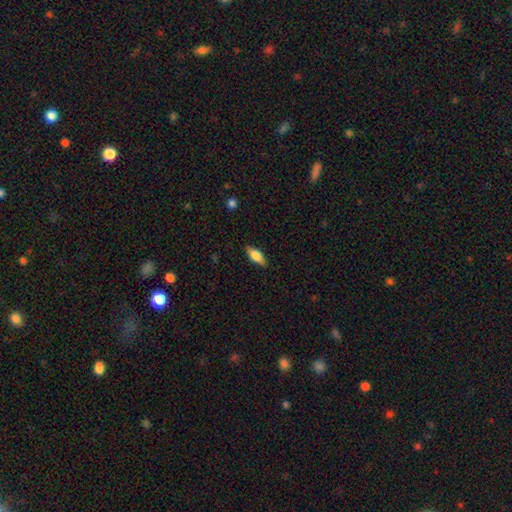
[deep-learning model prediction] This is likely a smooth galaxy (67%). How rounded: likely in between (71%). Merging: clearly none (86%).